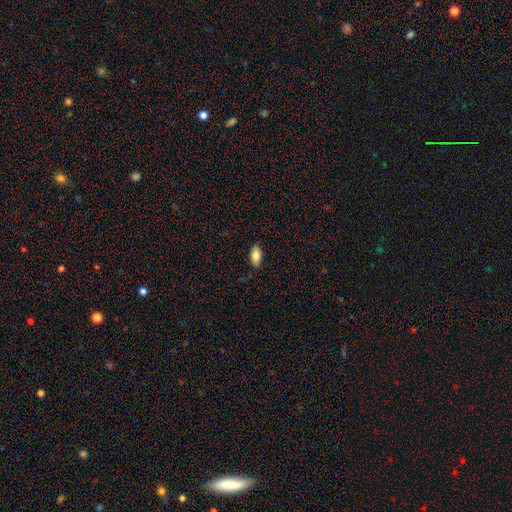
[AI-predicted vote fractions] Smooth or featured?
  - smooth: 81% *
  - featured or disk: 12%
  - star or artifact: 7%
How rounded?
  - in between: 90% *
  - cigar-shaped: 7%
  - round: 3%
Merging?
  - none: 87% *
  - minor disturbance: 10%
  - major disturbance: 2%
  - merger: 1%